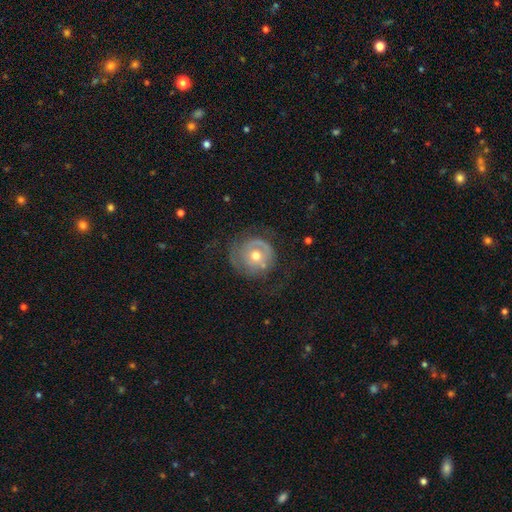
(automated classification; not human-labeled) Morphology: type=featured or disk (59%); edge-on=no (97%); bar=no (81%); spiral arms=yes (59%); bulge=moderate (68%); merging=none (55%).